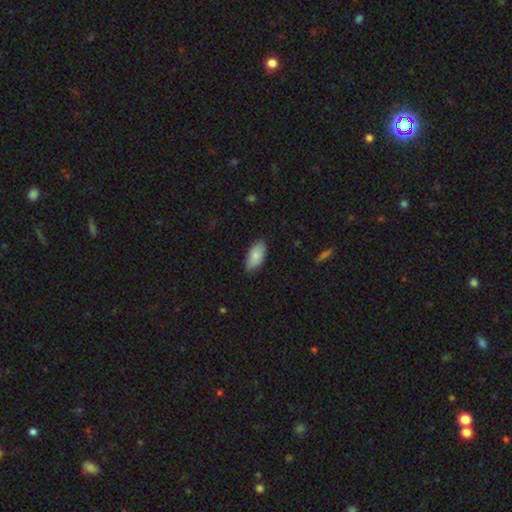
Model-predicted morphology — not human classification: Smooth or featured: smooth — 81% (featured or disk — 13%)
How rounded: in between — 93% (cigar-shaped — 4%)
Merging: none — 74% (minor disturbance — 22%)